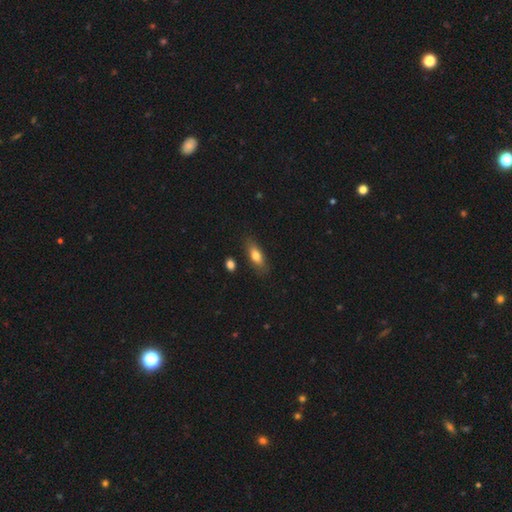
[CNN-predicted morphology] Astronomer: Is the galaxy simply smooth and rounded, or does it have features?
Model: smooth — 75%.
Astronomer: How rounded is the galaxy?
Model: in between — 70%.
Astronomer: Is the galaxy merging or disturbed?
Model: none — 81%.